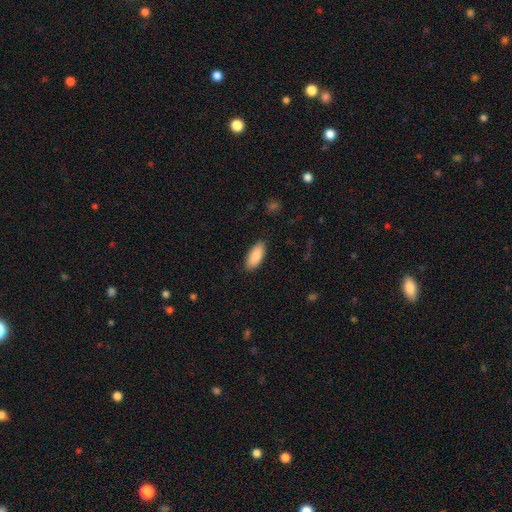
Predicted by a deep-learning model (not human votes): Morphology: type=smooth (89%); roundness=in between (88%); merging=none (88%).